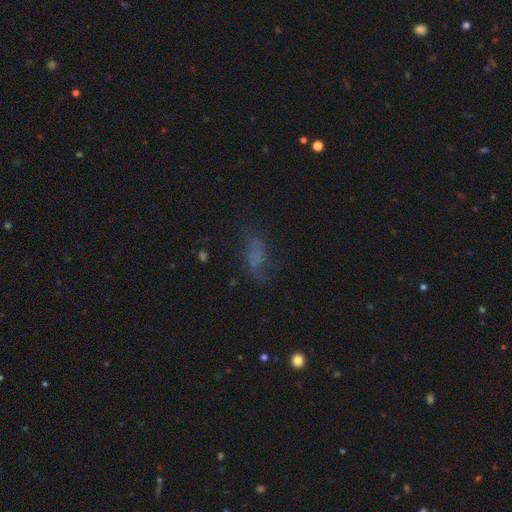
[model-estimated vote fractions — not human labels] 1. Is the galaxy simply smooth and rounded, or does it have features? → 50% smooth, 30% featured or disk, 20% star or artifact.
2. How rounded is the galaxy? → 76% in between, 17% cigar-shaped, 6% round.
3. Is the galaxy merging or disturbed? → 55% none, 22% minor disturbance, 19% major disturbance, 3% merger.